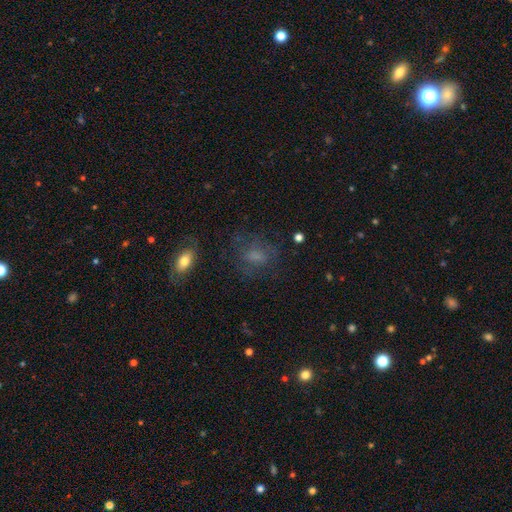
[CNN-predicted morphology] This is possibly a smooth galaxy (56%). How rounded: likely in between (62%). Merging: possibly none (60%).